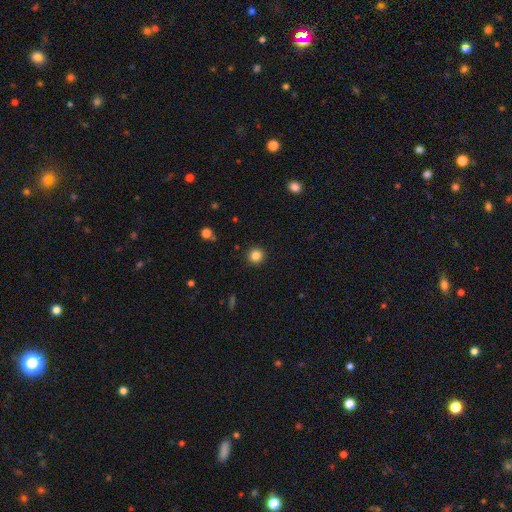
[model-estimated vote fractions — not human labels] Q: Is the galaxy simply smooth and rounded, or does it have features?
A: smooth — 84%.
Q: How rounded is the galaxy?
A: round — 95%.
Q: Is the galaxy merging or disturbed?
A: none — 92%.